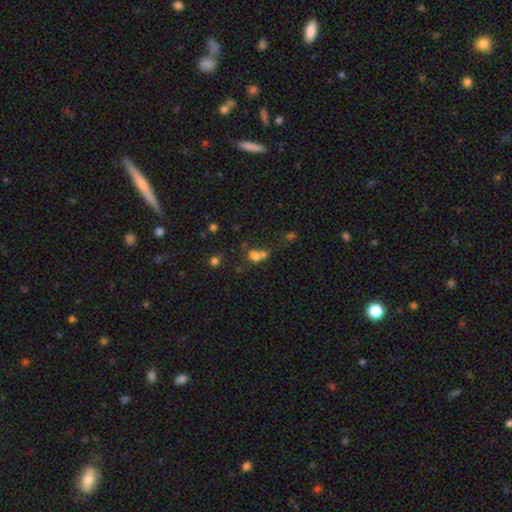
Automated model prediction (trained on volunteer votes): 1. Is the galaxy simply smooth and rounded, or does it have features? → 67% smooth, 18% star or artifact, 15% featured or disk.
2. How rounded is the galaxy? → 56% in between, 42% round, 2% cigar-shaped.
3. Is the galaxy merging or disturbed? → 55% merger, 26% none, 10% minor disturbance, 8% major disturbance.